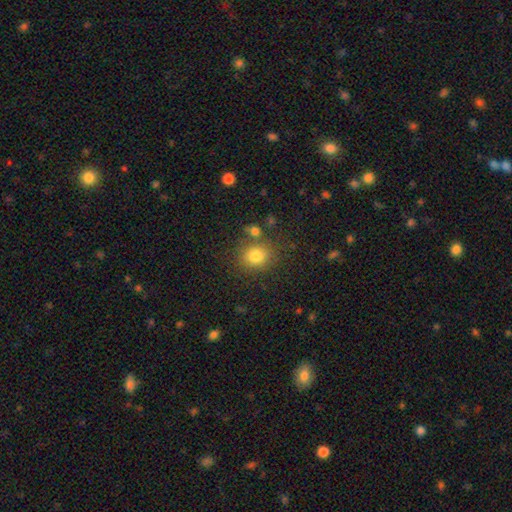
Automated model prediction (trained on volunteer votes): The model was most divided on "how rounded": round: 74%, in between: 25%, cigar-shaped: 1%. More confident: smooth or featured — smooth (80%); merging — none (75%).